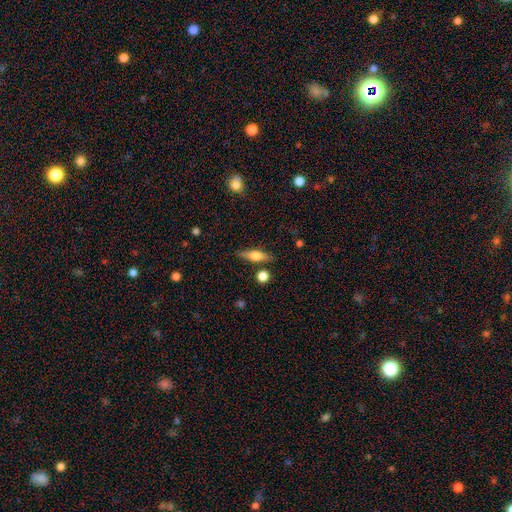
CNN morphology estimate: type=smooth (54%); roundness=cigar-shaped (58%); merging=none (81%).